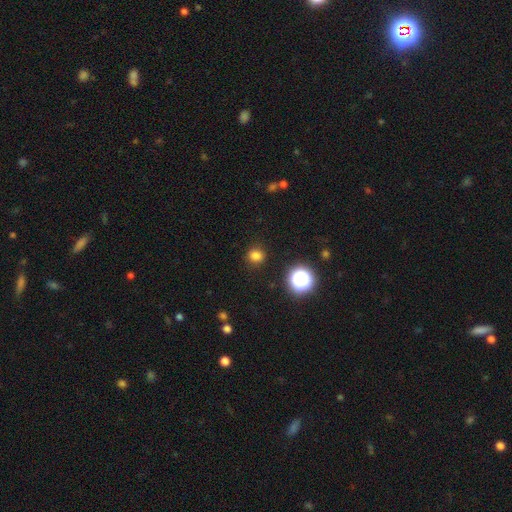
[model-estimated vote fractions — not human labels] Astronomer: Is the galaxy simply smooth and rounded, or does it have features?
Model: smooth — 79%.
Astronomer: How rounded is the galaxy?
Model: round — 86%.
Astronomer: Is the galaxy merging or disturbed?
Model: none — 89%.